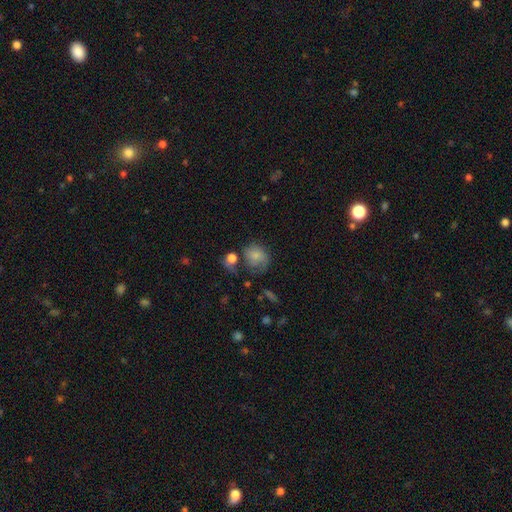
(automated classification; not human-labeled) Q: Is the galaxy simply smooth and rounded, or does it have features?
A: smooth — 70%.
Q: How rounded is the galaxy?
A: round — 66%.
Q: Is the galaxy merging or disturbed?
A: none — 38%.